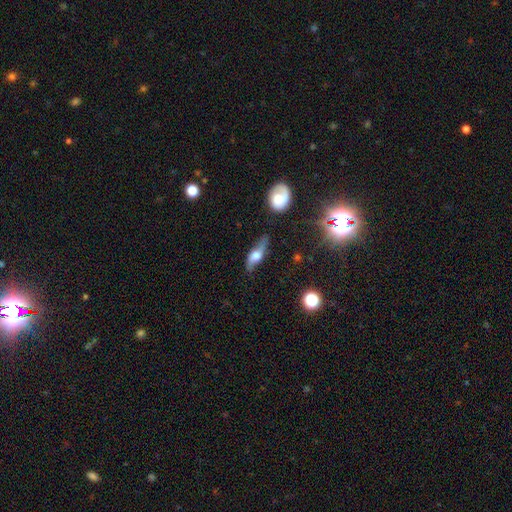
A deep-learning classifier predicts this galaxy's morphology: Overall: featured or disk (56%; smooth 36%). Edge-on disk: no (50%, tied with yes). Merging: none (65%).